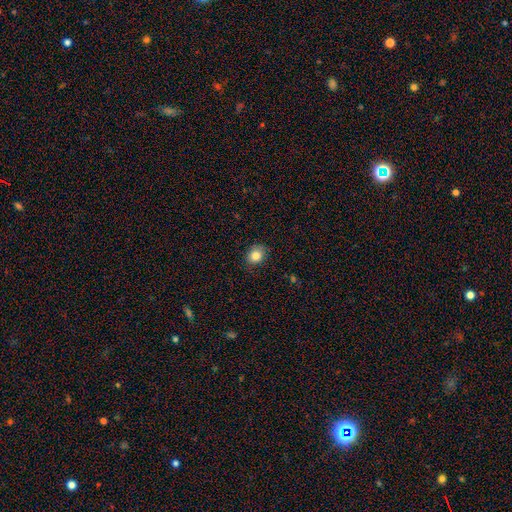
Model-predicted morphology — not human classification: smooth-or-featured: smooth: 84% | star or artifact: 10% | featured or disk: 6%
  how-rounded: round: 63% | in between: 36% | cigar-shaped: 1%
  merging: none: 84% | minor disturbance: 13% | major disturbance: 3% | merger: 1%